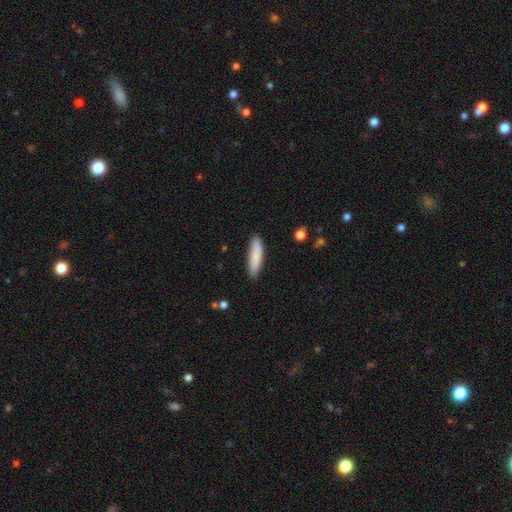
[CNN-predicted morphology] smooth_or_featured: smooth (p=0.85) [alt: featured or disk p=0.09]
how_rounded: cigar-shaped (p=0.69) [alt: in between p=0.30]
merging: none (p=0.87) [alt: minor disturbance p=0.10]